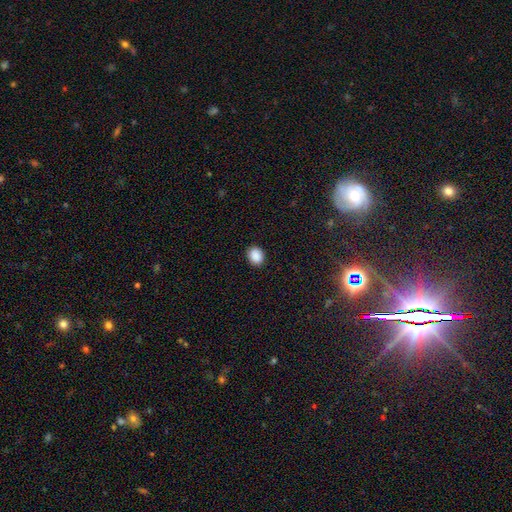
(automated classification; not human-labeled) smooth_or_featured: smooth (p=0.89) [alt: star or artifact p=0.08]
how_rounded: round (p=0.51) [alt: in between p=0.48]
merging: none (p=0.90) [alt: minor disturbance p=0.07]